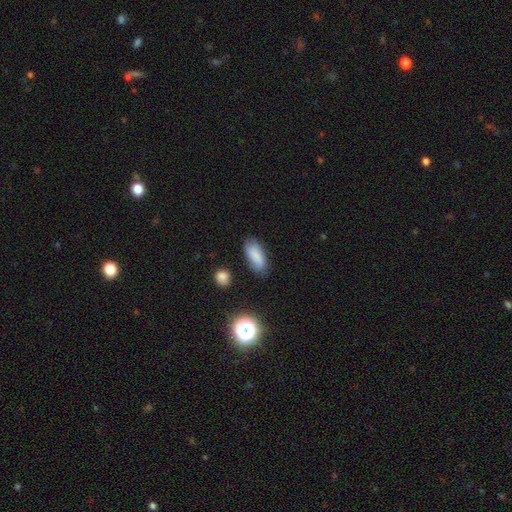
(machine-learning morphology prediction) The model was most divided on "merging": none: 76%, minor disturbance: 17%, major disturbance: 4%, merger: 3%. More confident: how rounded — in between (86%); smooth or featured — smooth (81%).